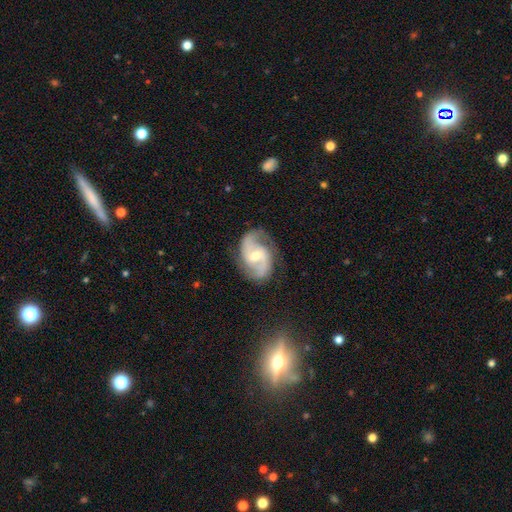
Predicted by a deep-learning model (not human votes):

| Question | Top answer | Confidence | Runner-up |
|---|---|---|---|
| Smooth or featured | featured or disk | 88% | smooth (7%) |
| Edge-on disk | no | 97% | yes (3%) |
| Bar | weak | 50% | no (34%) |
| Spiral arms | yes | 97% | no (3%) |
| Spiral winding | medium | 55% | loose (24%) |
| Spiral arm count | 2 | 90% | can't tell (4%) |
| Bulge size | moderate | 57% | small (38%) |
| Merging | none | 76% | minor disturbance (16%) |